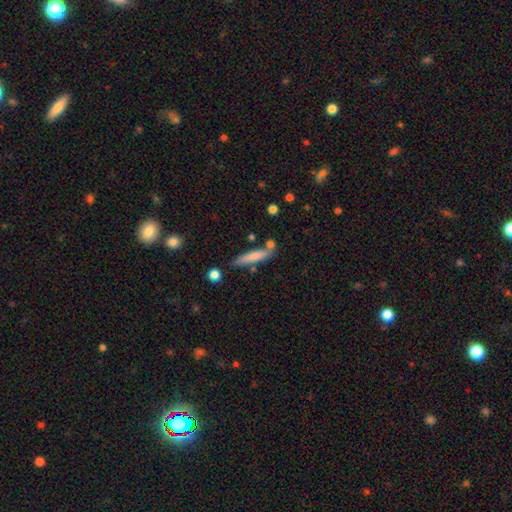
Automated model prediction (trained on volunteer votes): Smooth or featured? smooth (72%)
How rounded? cigar-shaped (88%)
Merging? none (72%)